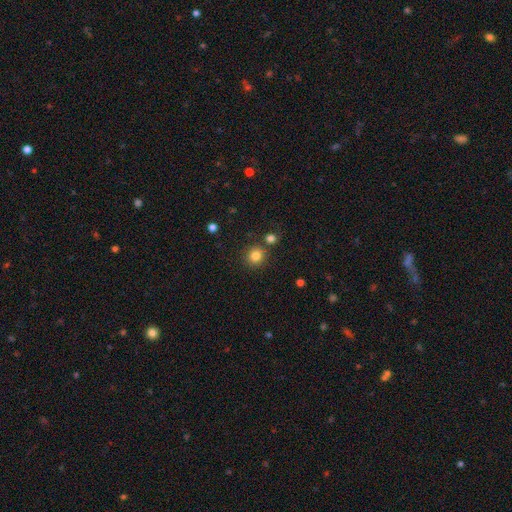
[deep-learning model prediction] Q: Smooth or featured?
A: smooth (82%); runner-up: star or artifact (13%)
Q: How rounded?
A: round (91%); runner-up: in between (9%)
Q: Merging?
A: none (80%); runner-up: merger (9%)